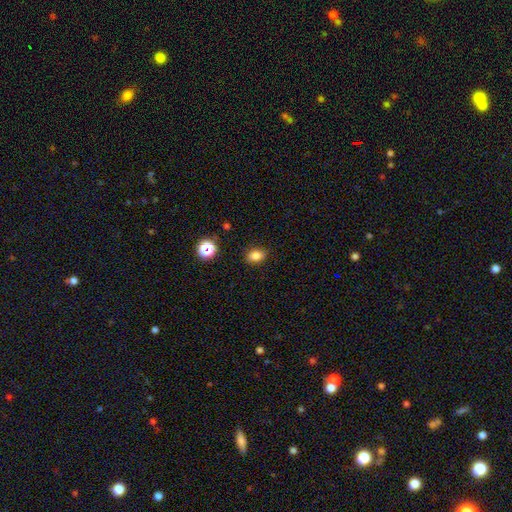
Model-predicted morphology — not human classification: smooth_or_featured: smooth (p=0.82) [alt: star or artifact p=0.13]
how_rounded: in between (p=0.68) [alt: round p=0.31]
merging: none (p=0.87) [alt: minor disturbance p=0.09]